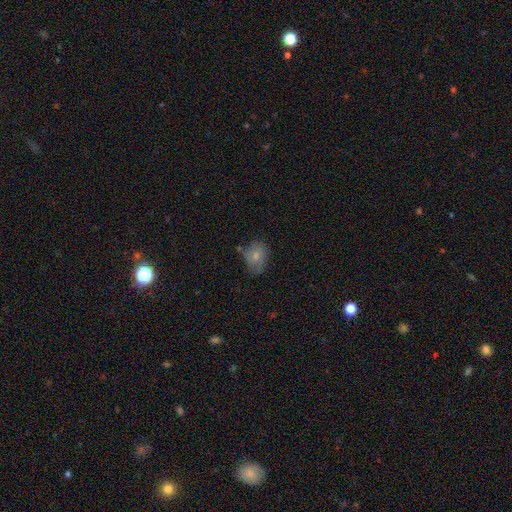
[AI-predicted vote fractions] Smooth or featured? smooth (73%)
How rounded? in between (65%)
Merging? none (59%)